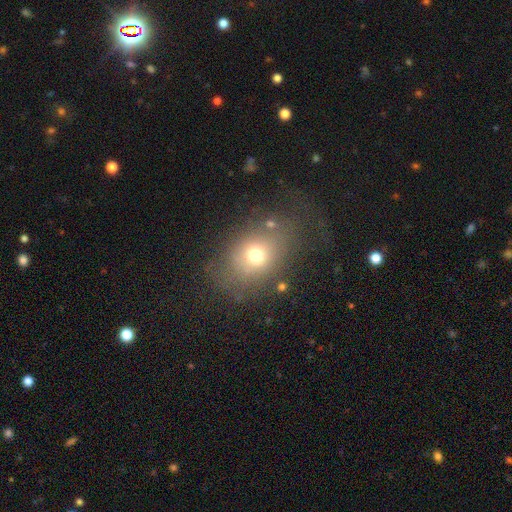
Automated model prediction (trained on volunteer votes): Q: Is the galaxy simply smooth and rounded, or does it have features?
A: smooth — 67%.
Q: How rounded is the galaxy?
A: in between — 59%.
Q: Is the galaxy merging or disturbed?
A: none — 62%.